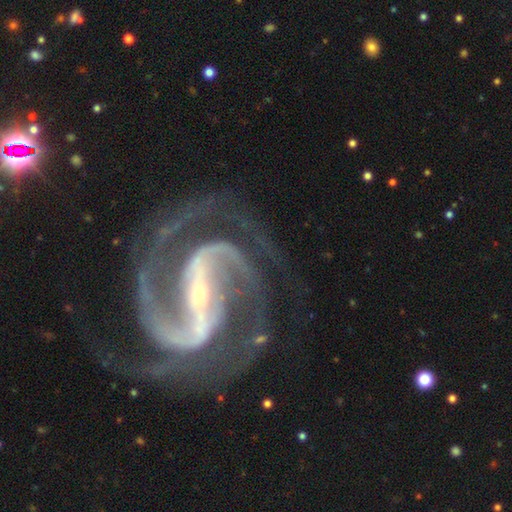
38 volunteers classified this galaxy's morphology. Smooth or featured?
  - featured or disk: 97% *
  - star or artifact: 3%
  - smooth: 0%
Edge-on disk?
  - no: 100% *
  - yes: 0%
Bar?
  - strong: 81% *
  - no: 11%
  - weak: 8%
Spiral arms?
  - yes: 97% *
  - no: 3%
Spiral winding?
  - medium: 64% *
  - tight: 25%
  - loose: 11%
Spiral arm count?
  - 2: 89% *
  - 3: 8%
  - 1: 3%
  - 4: 0%
  - more than 4: 0%
  - can't tell: 0%
Bulge size?
  - small: 76% *
  - moderate: 24%
  - dominant: 0%
  - large: 0%
  - none: 0%
Merging?
  - none: 76% *
  - major disturbance: 14%
  - minor disturbance: 11%
  - merger: 0%